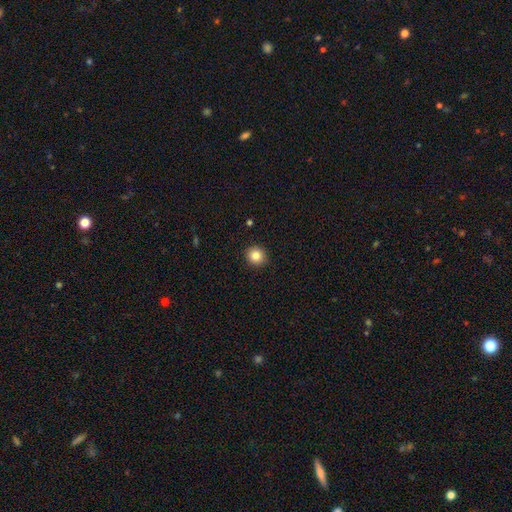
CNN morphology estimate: A smooth galaxy with no disk features (84%) that is round (88%). Merging: none (92%).